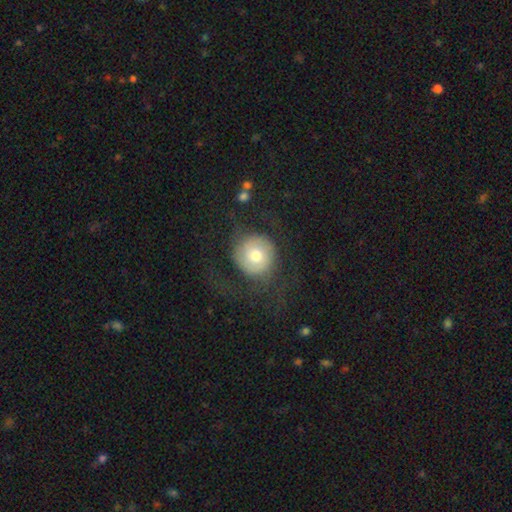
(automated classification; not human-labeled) A smooth galaxy with no disk features (49%). Merging: none (61%).